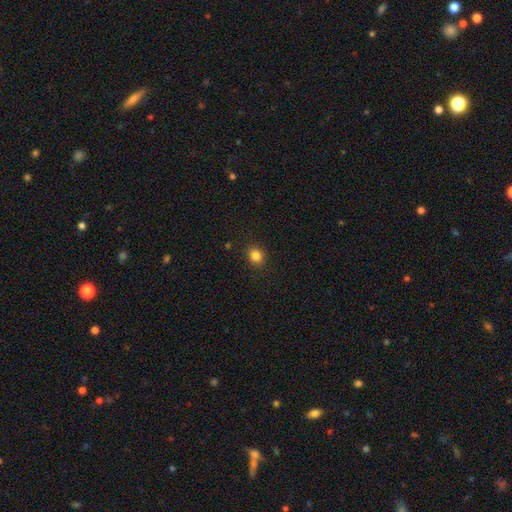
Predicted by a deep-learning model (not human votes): smooth 84%, star or artifact 12%, featured or disk 4%. Down the decision tree: how rounded — round (76%); merging — none (90%).